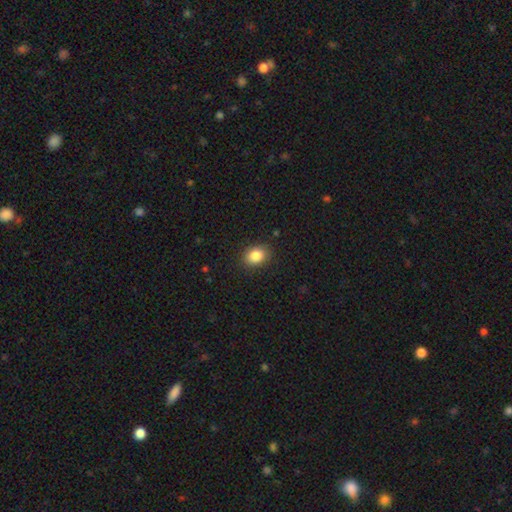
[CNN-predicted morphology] A smooth galaxy with no disk features (86%) that is in between round and cigar-shaped (60%).

Vote fractions:
- Smooth or featured? smooth: 86% / star or artifact: 9% / featured or disk: 5%
- How rounded? in between: 60% / round: 39% / cigar-shaped: 1%
- Merging? none: 87% / minor disturbance: 10% / major disturbance: 3% / merger: 1%